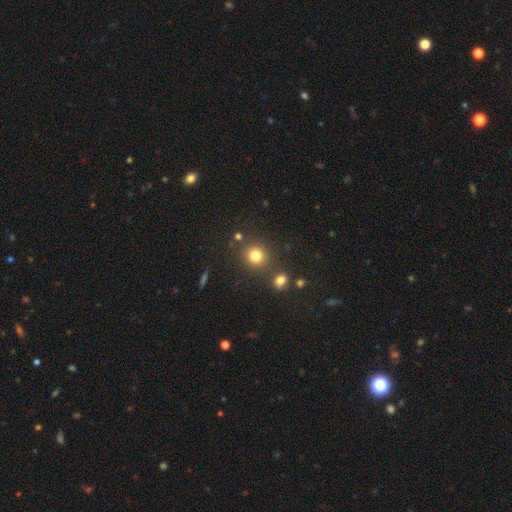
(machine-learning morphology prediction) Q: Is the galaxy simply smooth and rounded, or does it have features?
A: smooth — 79%.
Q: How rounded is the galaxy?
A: round — 89%.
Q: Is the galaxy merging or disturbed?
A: none — 79%.